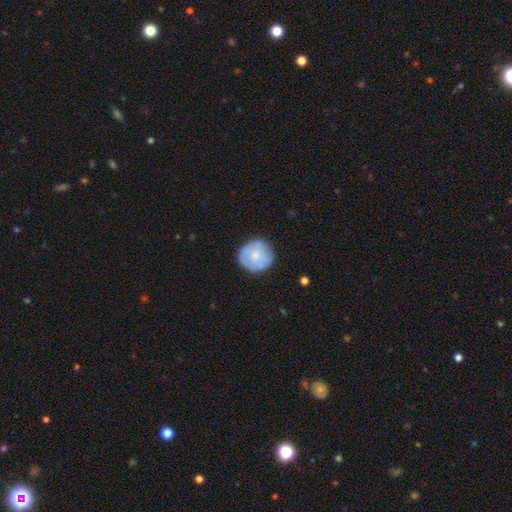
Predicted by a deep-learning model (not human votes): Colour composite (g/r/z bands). It shows a smooth galaxy with no disk features (63%) that is round (93%). Merging: none (81%).